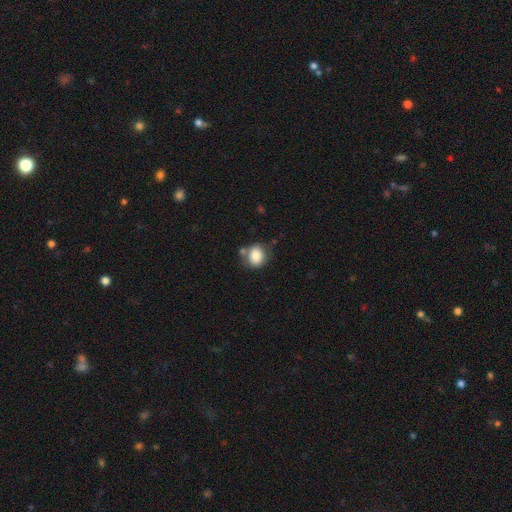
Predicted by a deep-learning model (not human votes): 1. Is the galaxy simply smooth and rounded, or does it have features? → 83% smooth, 9% featured or disk, 8% star or artifact.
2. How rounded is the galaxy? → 64% round, 35% in between, 1% cigar-shaped.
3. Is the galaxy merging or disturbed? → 61% none, 17% minor disturbance, 16% merger, 5% major disturbance.